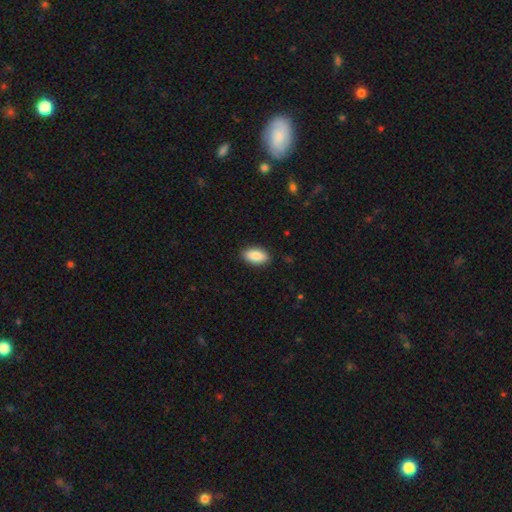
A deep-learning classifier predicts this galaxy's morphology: Smooth or featured? Predicted: smooth (p=0.89). How rounded? Predicted: in between (p=0.93). Merging? Predicted: none (p=0.88).